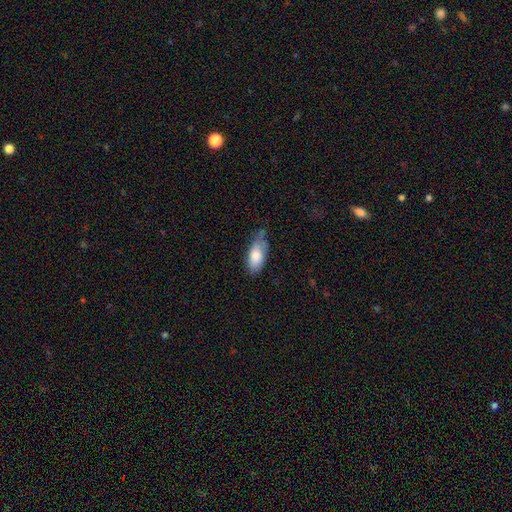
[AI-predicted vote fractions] Morphology: type=smooth (79%); roundness=in between (88%); merging=none (42%, tied with minor disturbance).